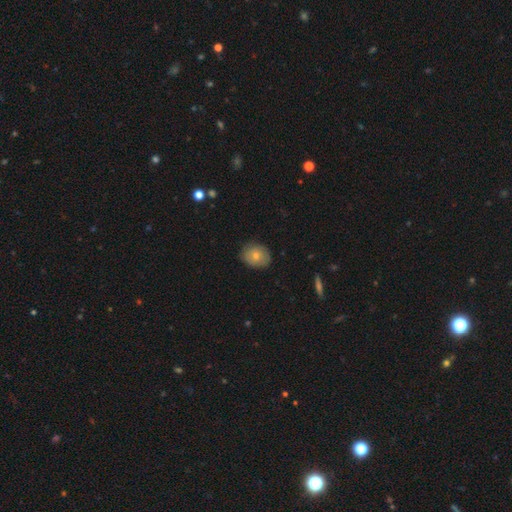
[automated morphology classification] smooth 72%, featured or disk 20%, star or artifact 8%. Down the decision tree: how rounded — round (55%); merging — none (82%).